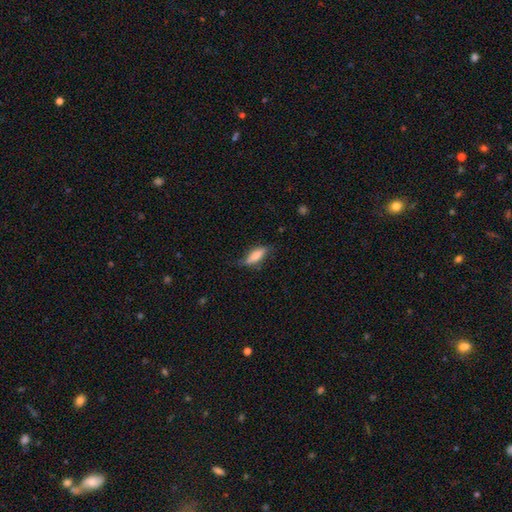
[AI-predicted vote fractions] Smooth or featured?
  - smooth: 69% *
  - featured or disk: 24%
  - star or artifact: 7%
How rounded?
  - in between: 52% *
  - cigar-shaped: 45%
  - round: 3%
Merging?
  - none: 61% *
  - minor disturbance: 28%
  - major disturbance: 9%
  - merger: 2%